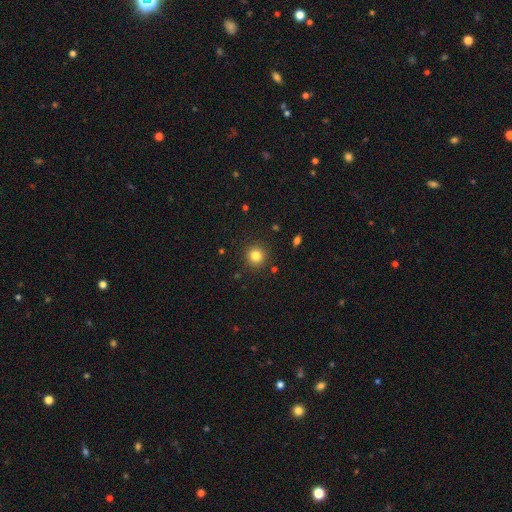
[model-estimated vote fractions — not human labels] Smooth or featured: smooth — 82% (star or artifact — 12%)
How rounded: round — 93% (in between — 6%)
Merging: none — 91% (minor disturbance — 6%)